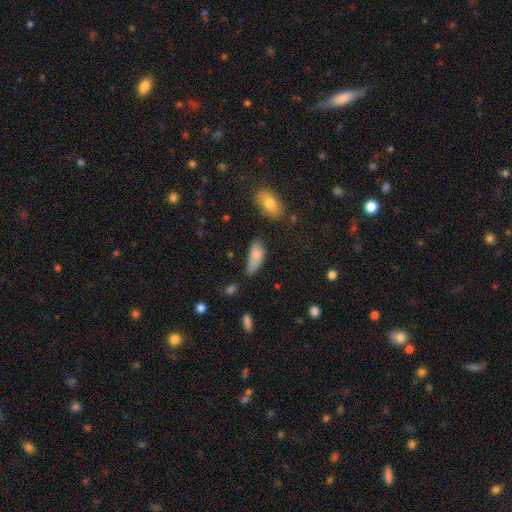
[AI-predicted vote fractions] Morphology: type=smooth (75%); roundness=in between (82%); merging=none (41%).